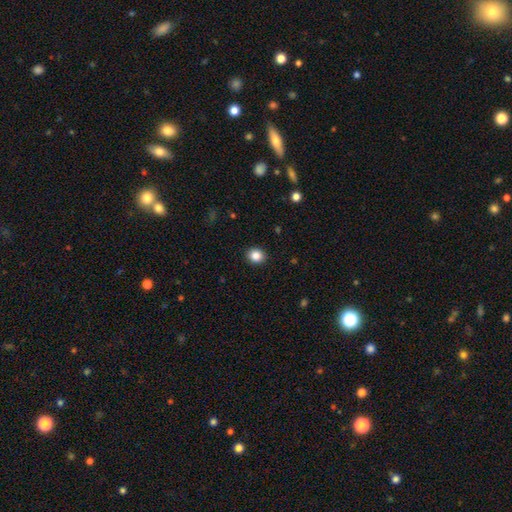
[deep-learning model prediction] A smooth galaxy with no disk features (85%) that is round (78%).

Vote fractions:
- Smooth or featured? smooth: 85% / star or artifact: 10% / featured or disk: 5%
- How rounded? round: 78% / in between: 21% / cigar-shaped: 1%
- Merging? none: 92% / minor disturbance: 6% / major disturbance: 2% / merger: 1%